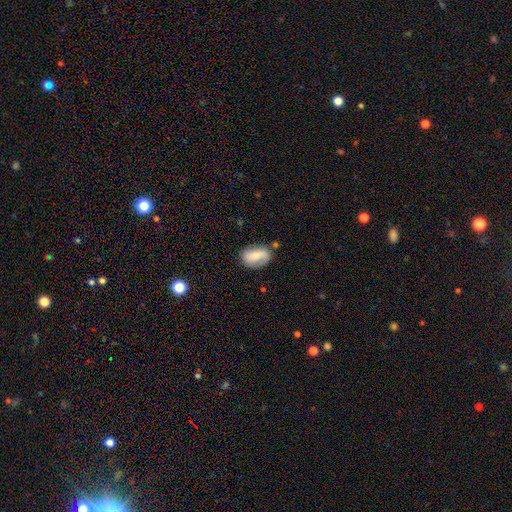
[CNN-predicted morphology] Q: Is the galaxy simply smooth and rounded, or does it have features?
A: smooth — 57%.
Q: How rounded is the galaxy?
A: in between — 82%.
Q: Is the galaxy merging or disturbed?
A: none — 68%.